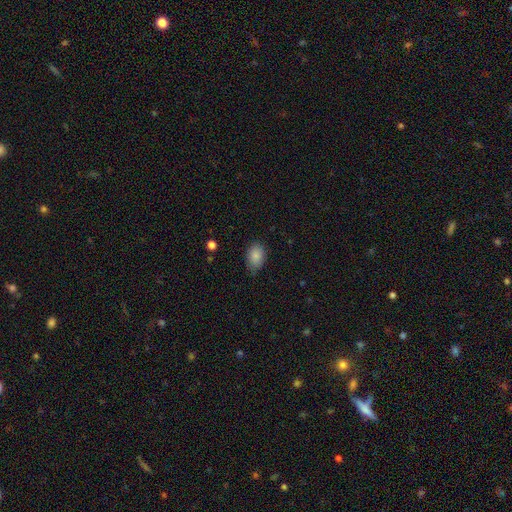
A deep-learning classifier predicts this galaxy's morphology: A smooth galaxy with no disk features (87%) that is in between round and cigar-shaped (84%). Merging: none (75%).